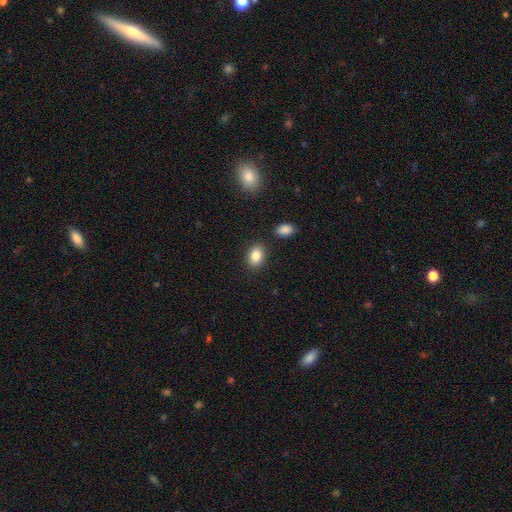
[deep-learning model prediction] Smooth or featured? Predicted: smooth (p=0.85). How rounded? Predicted: in between (p=0.82). Merging? Predicted: none (p=0.85).